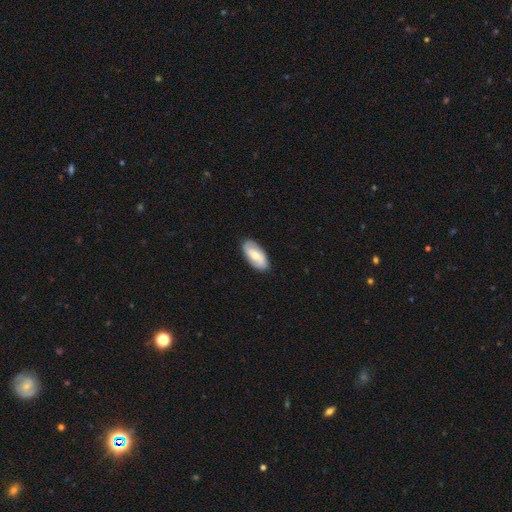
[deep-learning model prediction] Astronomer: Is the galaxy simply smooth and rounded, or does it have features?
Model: smooth — 55% (runner-up: featured or disk, 40%).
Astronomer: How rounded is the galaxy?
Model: in between — 89%.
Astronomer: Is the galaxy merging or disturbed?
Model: none — 86%.